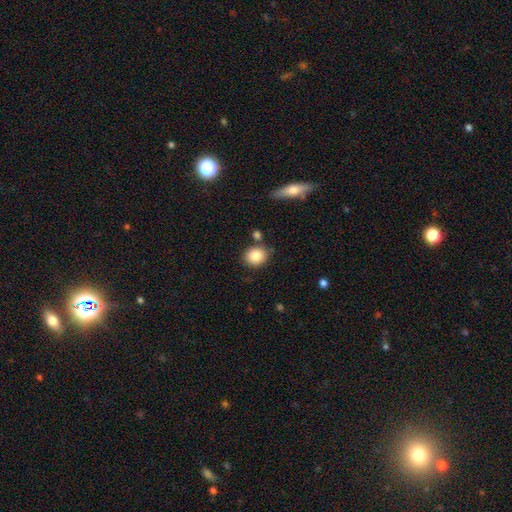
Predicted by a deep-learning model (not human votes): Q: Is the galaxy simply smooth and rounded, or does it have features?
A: smooth — 85%.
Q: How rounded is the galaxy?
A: round — 71%.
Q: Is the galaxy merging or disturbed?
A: none — 78%.